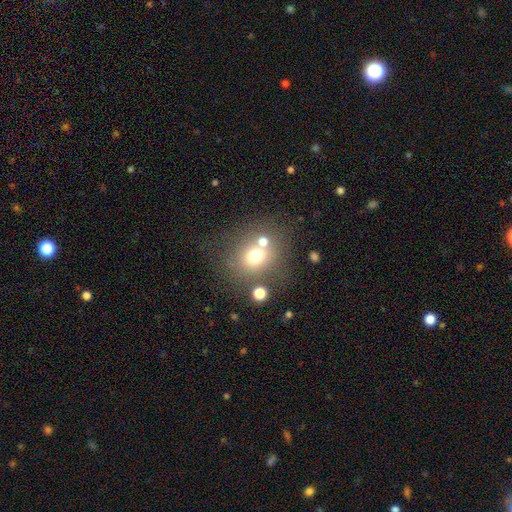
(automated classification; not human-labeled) smooth-or-featured: smooth: 66% | featured or disk: 17% | star or artifact: 16%
  how-rounded: round: 74% | in between: 25% | cigar-shaped: 1%
  merging: none: 57% | merger: 24% | minor disturbance: 12% | major disturbance: 7%